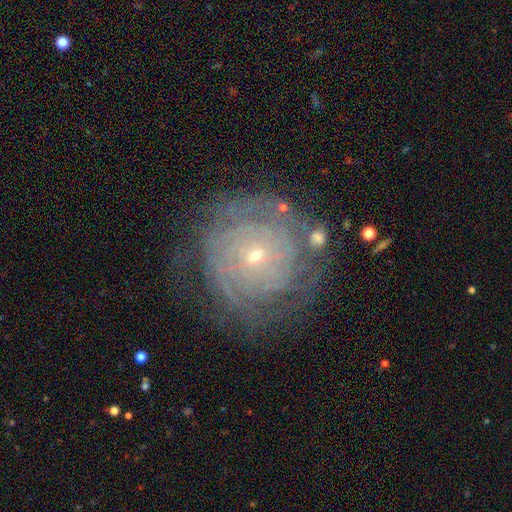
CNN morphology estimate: Smooth or featured? featured or disk (82%)
Edge-on disk? no (97%)
Bar? no (70%)
Spiral arms? yes (93%)
Spiral winding? tight (83%)
Spiral arm count? can't tell (40%)
Bulge size? small (82%)
Merging? none (70%)